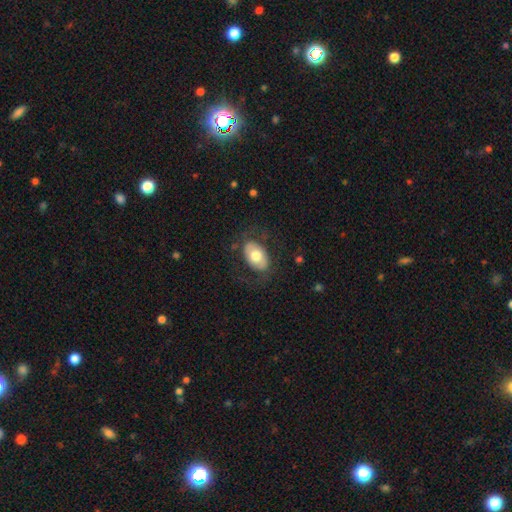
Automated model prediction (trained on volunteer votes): smooth_or_featured: smooth (p=0.63) [alt: featured or disk p=0.31]
how_rounded: in between (p=0.88) [alt: round p=0.10]
merging: none (p=0.71) [alt: minor disturbance p=0.16]